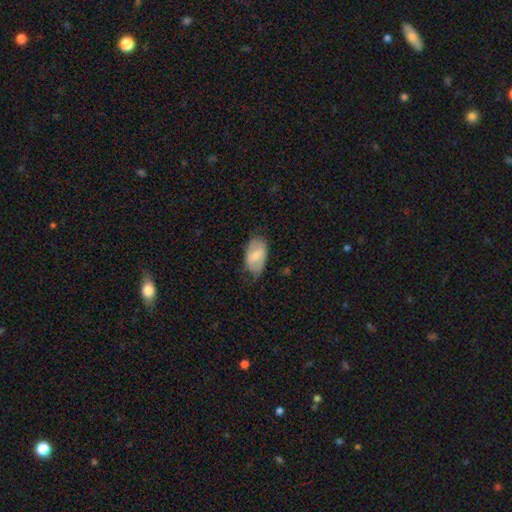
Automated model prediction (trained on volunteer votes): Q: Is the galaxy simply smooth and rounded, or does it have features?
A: smooth — 59%.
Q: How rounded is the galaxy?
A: in between — 92%.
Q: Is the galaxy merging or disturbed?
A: none — 60%.